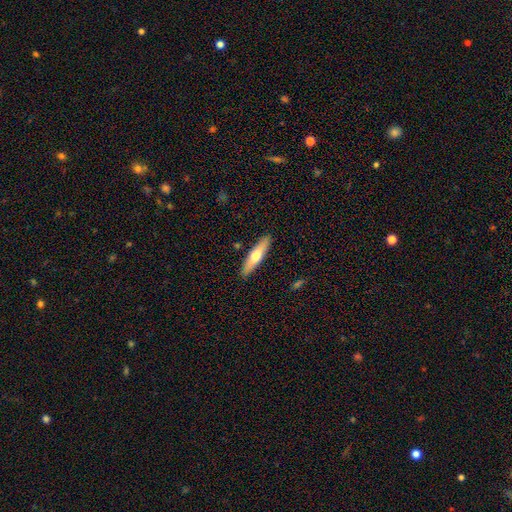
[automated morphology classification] Overall: smooth (56%; featured or disk 38%). How rounded: cigar-shaped (78%). Merging: none (90%).